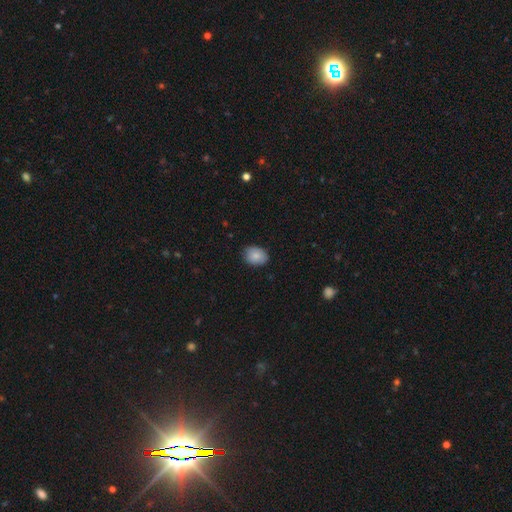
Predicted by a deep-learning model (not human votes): smooth 85%, star or artifact 7%, featured or disk 7%. Down the decision tree: how rounded — in between (62%); merging — none (83%).